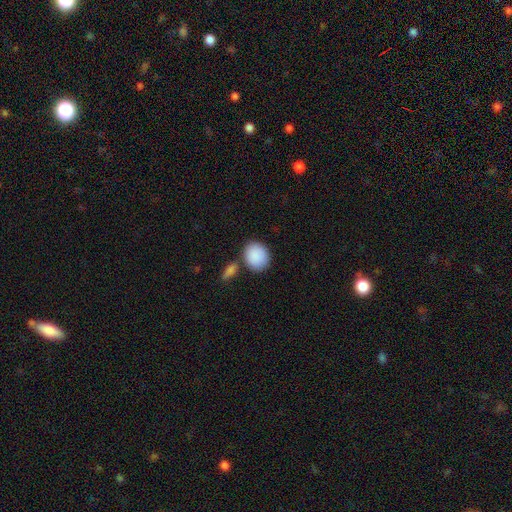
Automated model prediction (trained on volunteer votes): The model was most divided on "how rounded": round: 61%, in between: 38%, cigar-shaped: 1%. More confident: smooth or featured — smooth (90%); merging — none (71%).